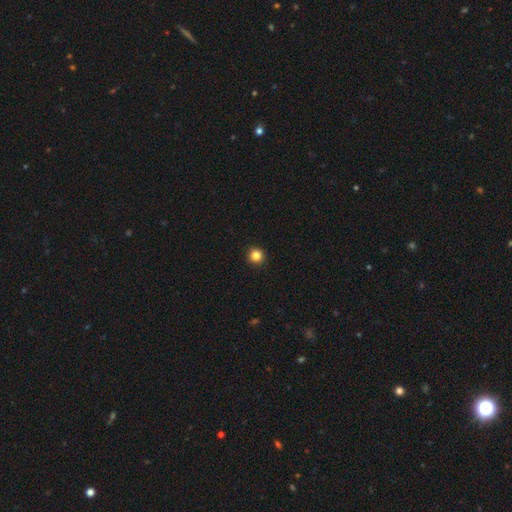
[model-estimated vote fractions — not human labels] smooth 84%, star or artifact 12%, featured or disk 4%. Down the decision tree: how rounded — round (96%); merging — none (94%).